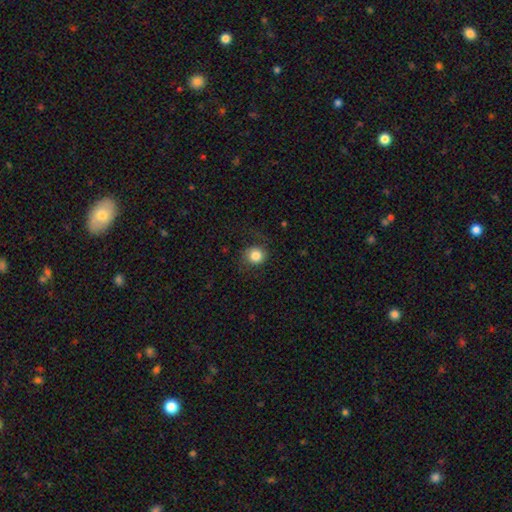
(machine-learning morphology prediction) smooth 83%, star or artifact 9%, featured or disk 8%. Down the decision tree: how rounded — round (86%); merging — none (77%).